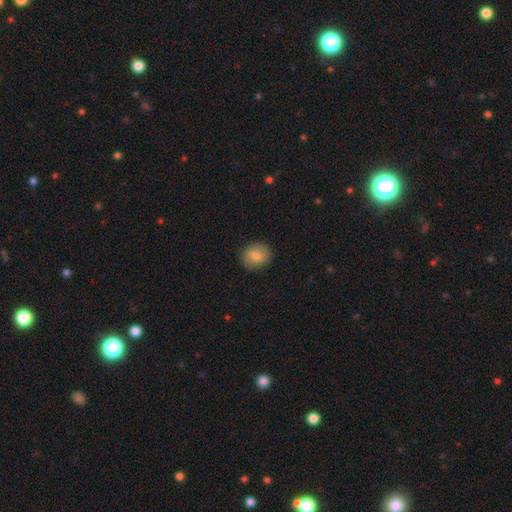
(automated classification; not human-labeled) smooth-or-featured: smooth: 77% | featured or disk: 15% | star or artifact: 8%
  how-rounded: round: 75% | in between: 24% | cigar-shaped: 1%
  merging: none: 86% | minor disturbance: 10% | major disturbance: 3% | merger: 1%